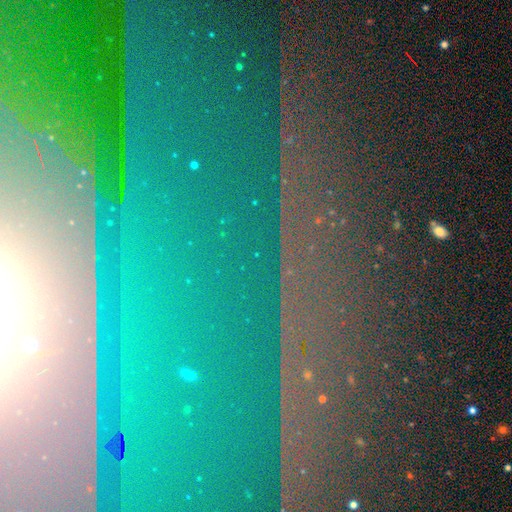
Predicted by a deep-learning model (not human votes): Smooth or featured? star or artifact (80%)